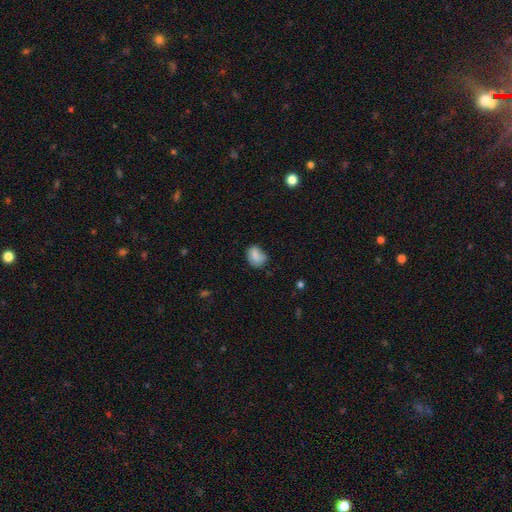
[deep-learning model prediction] Smooth or featured? smooth (74%)
How rounded? in between (59%)
Merging? none (53%)